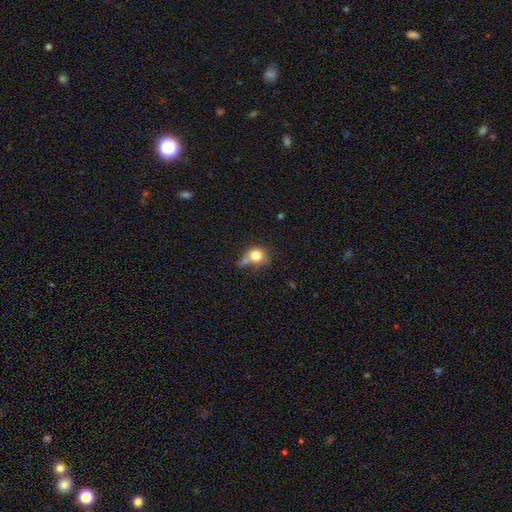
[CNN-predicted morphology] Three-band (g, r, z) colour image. It shows a smooth galaxy with no disk features (75%) that is round (66%). Merging: none (34%).